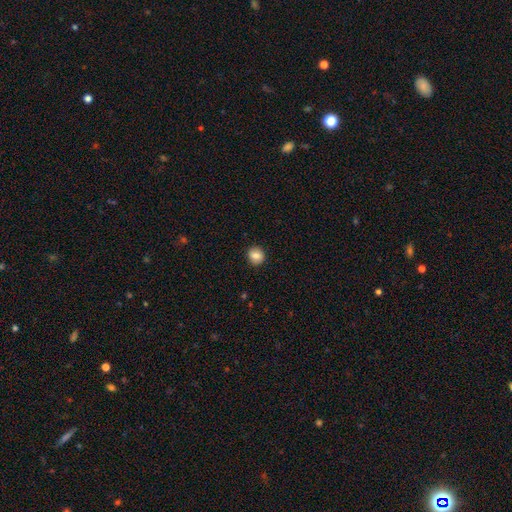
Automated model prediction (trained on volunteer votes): smooth_or_featured: smooth (p=0.84) [alt: star or artifact p=0.09]
how_rounded: round (p=0.87) [alt: in between p=0.12]
merging: none (p=0.91) [alt: minor disturbance p=0.06]